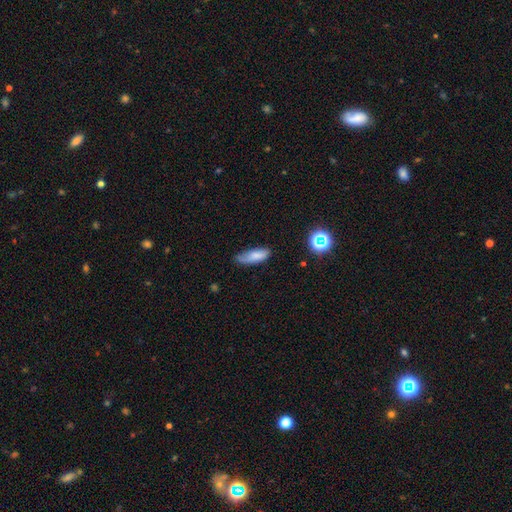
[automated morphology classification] Smooth or featured? Predicted: smooth (p=0.77). How rounded? Predicted: in between (p=0.67). Merging? Predicted: none (p=0.54).